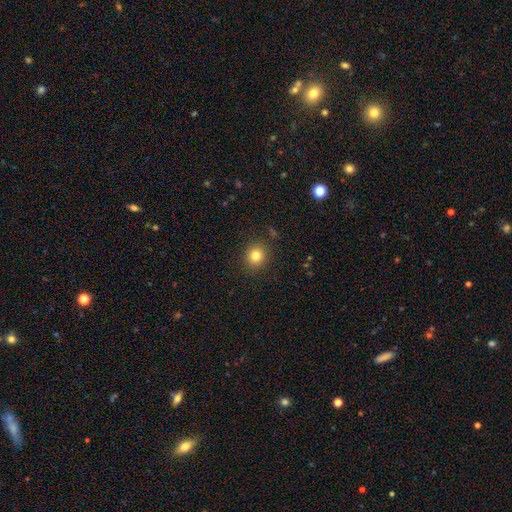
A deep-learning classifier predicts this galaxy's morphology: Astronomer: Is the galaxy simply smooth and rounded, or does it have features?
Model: smooth — 81%.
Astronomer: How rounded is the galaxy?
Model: round — 83%.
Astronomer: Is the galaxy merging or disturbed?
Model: none — 89%.